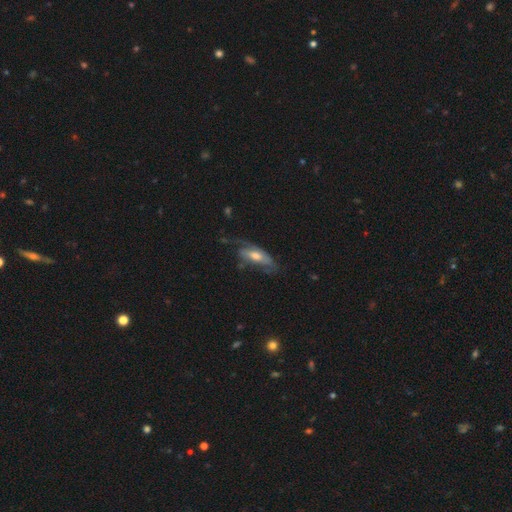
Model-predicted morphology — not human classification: Smooth or featured: featured or disk — 58% (smooth — 35%)
Edge-on disk: no — 76% (yes — 24%)
Merging: none — 44% (major disturbance — 28%)